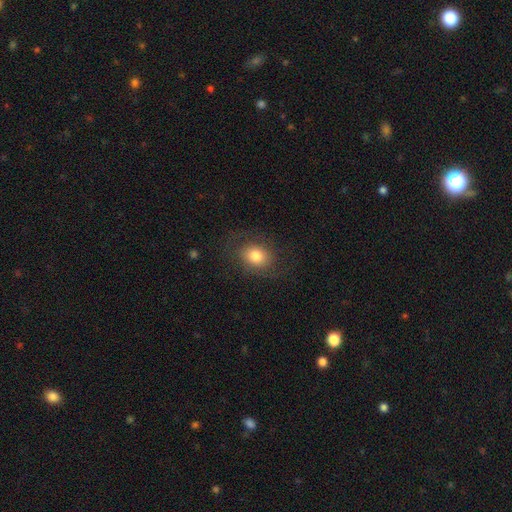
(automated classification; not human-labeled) This appears to be a smooth galaxy with no disk features (64%) that is round (53%). Merging: none (72%).